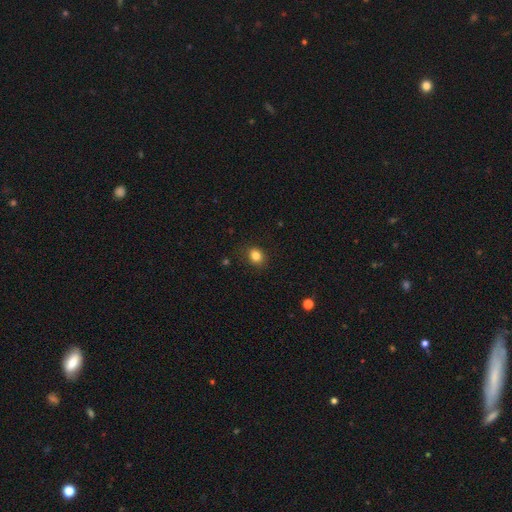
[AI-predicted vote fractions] The model was most divided on "how rounded": round: 60%, in between: 39%, cigar-shaped: 1%. More confident: merging — none (85%); smooth or featured — smooth (83%).